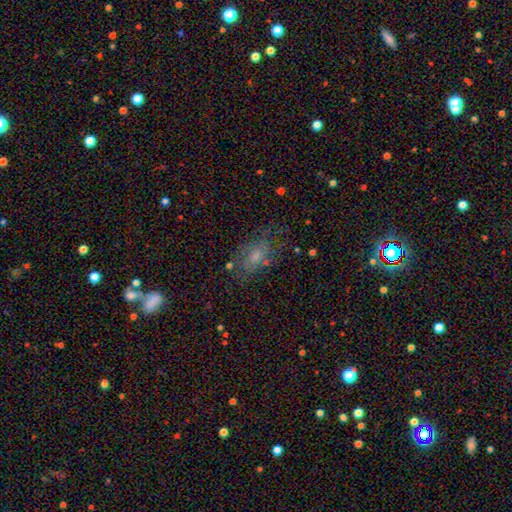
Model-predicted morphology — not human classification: Smooth or featured?
  - smooth: 48% *
  - featured or disk: 36%
  - star or artifact: 16%
Merging?
  - none: 60% *
  - minor disturbance: 22%
  - major disturbance: 14%
  - merger: 4%